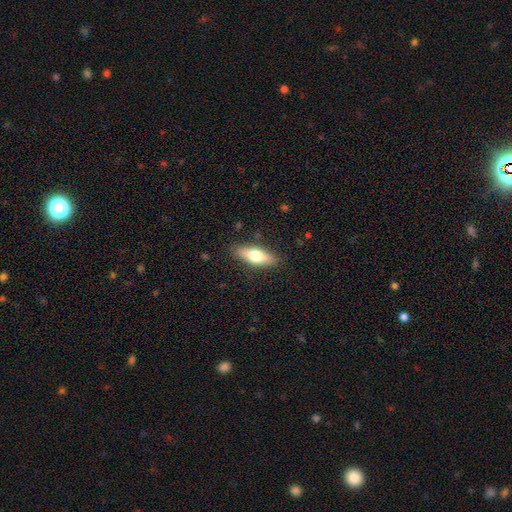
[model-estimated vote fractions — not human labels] This appears to be a smooth galaxy with no disk features (66%) that is in between round and cigar-shaped (61%). Merging: none (87%).